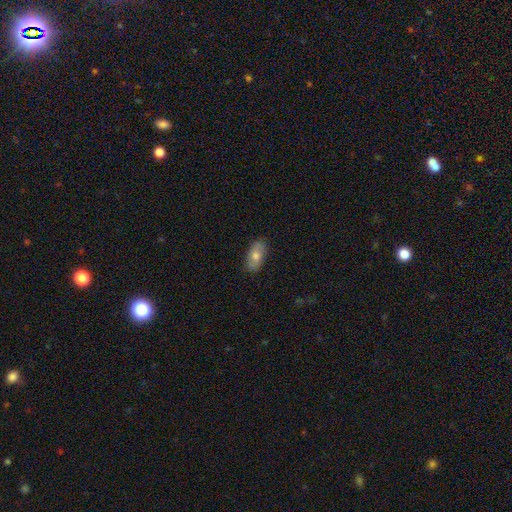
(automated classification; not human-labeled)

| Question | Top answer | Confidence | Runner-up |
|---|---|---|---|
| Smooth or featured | smooth | 66% | featured or disk (28%) |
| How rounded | in between | 91% | round (4%) |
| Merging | none | 84% | minor disturbance (12%) |